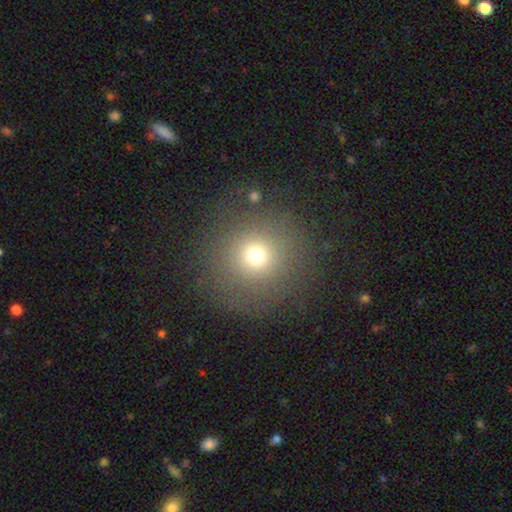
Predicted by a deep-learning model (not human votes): This appears to be a smooth galaxy with no disk features (69%) that is round (90%). Merging: none (83%).